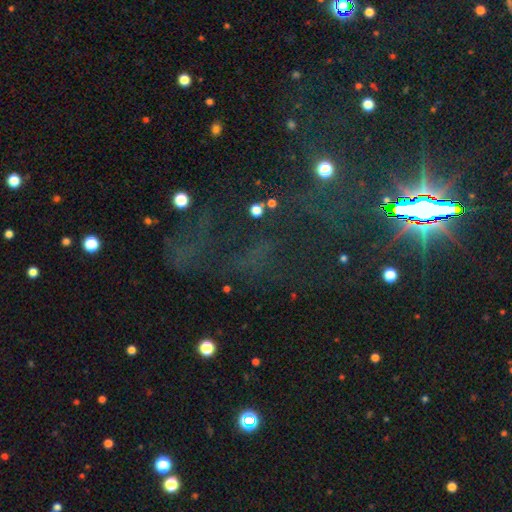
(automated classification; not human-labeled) A star or artifact, not a galaxy (75%).